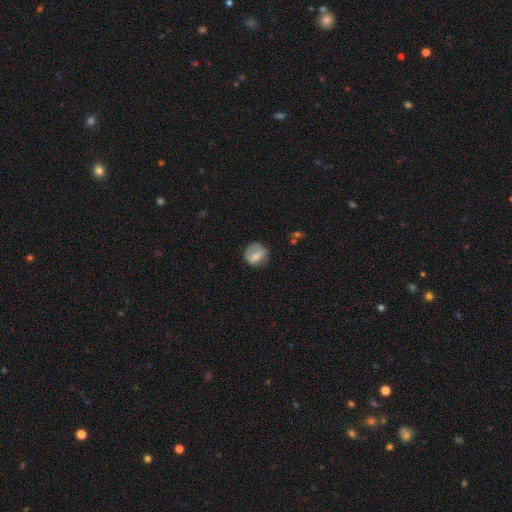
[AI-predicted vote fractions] Smooth or featured? Predicted: smooth (p=0.63). How rounded? Predicted: round (p=0.73). Merging? Predicted: none (p=0.70).